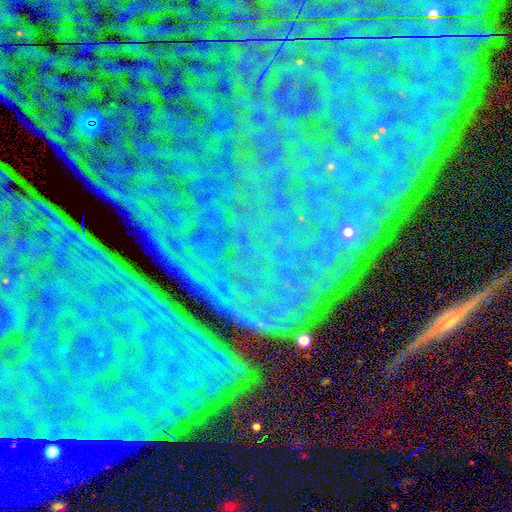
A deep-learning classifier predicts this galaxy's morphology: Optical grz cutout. It shows a star or artifact, not a galaxy (84%).